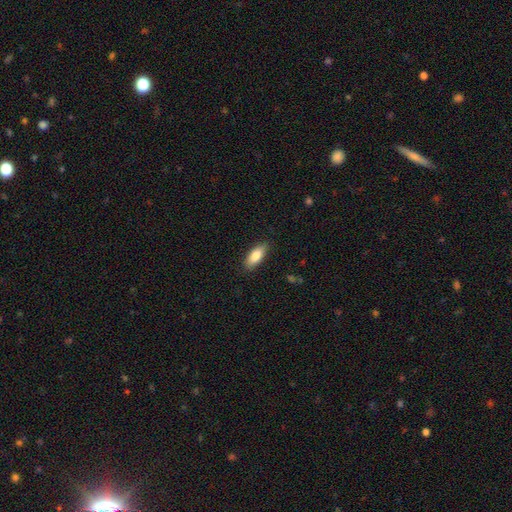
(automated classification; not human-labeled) smooth-or-featured: smooth: 83% | featured or disk: 11% | star or artifact: 6%
  how-rounded: in between: 77% | cigar-shaped: 20% | round: 2%
  merging: none: 86% | minor disturbance: 11% | major disturbance: 2% | merger: 1%